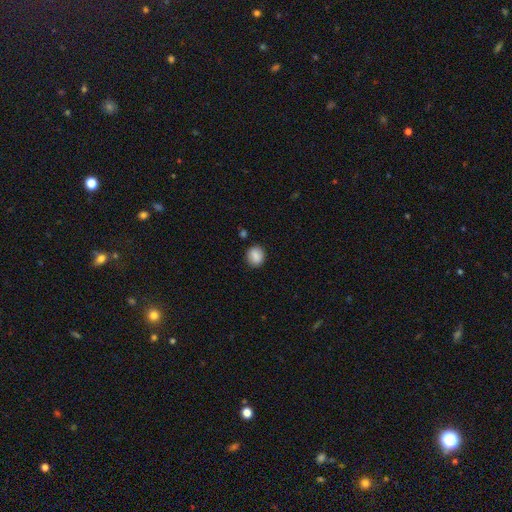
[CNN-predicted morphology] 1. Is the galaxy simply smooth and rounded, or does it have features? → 85% smooth, 8% star or artifact, 7% featured or disk.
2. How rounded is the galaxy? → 66% round, 33% in between, 1% cigar-shaped.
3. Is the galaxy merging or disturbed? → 85% none, 10% minor disturbance, 3% major disturbance, 2% merger.